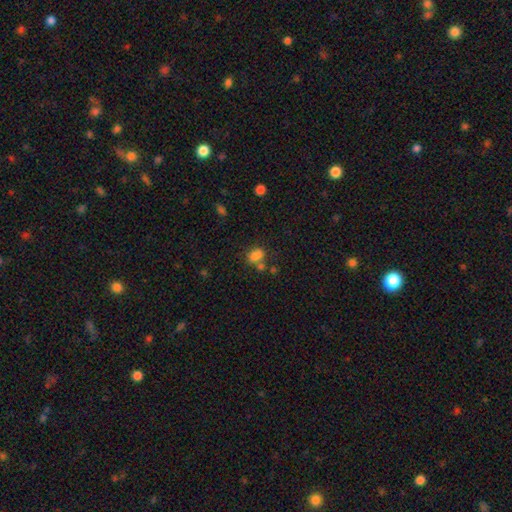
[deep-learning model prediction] A smooth galaxy with no disk features (78%) that is in between round and cigar-shaped (73%).

Vote fractions:
- Smooth or featured? smooth: 78% / star or artifact: 13% / featured or disk: 9%
- How rounded? in between: 73% / round: 25% / cigar-shaped: 2%
- Merging? none: 49% / merger: 29% / minor disturbance: 15% / major disturbance: 7%